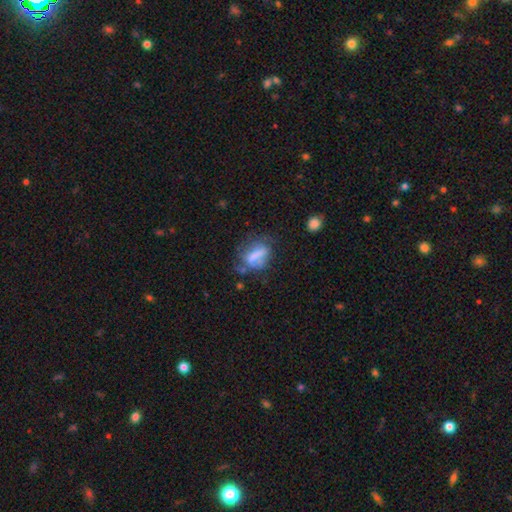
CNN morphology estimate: A smooth galaxy with no disk features (55%) that is in between round and cigar-shaped (66%).

Vote fractions:
- Smooth or featured? smooth: 55% / featured or disk: 33% / star or artifact: 12%
- How rounded? in between: 66% / round: 18% / cigar-shaped: 16%
- Merging? none: 37% / major disturbance: 27% / minor disturbance: 27% / merger: 10%